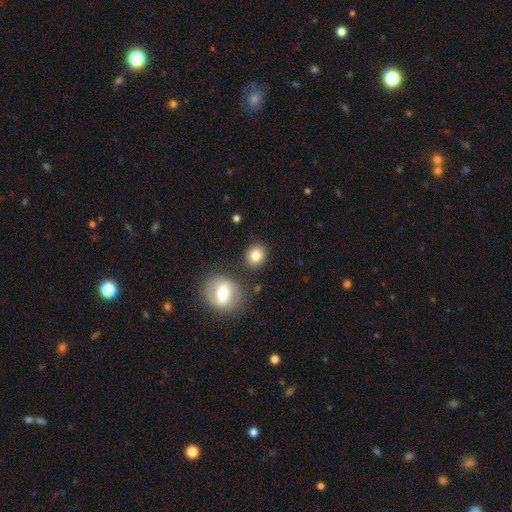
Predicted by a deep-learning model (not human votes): This appears to be a smooth galaxy with no disk features (82%) that is round (79%). Merging: none (81%).